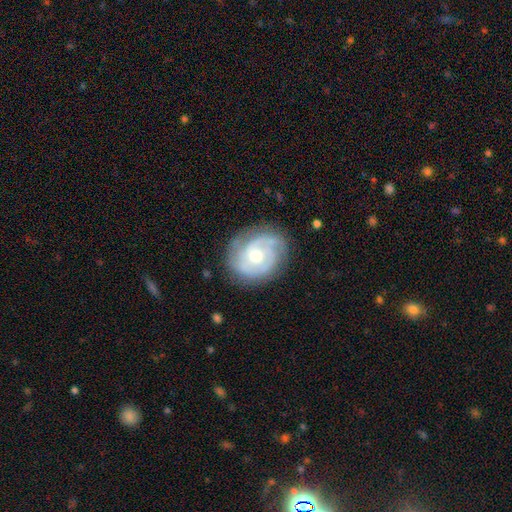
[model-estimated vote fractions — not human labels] A featured or disk galaxy (83%) with no bar (68%), 2 (36%) tight (57%) spiral arms (95%) and a moderate central bulge (61%).

Vote fractions:
- Smooth or featured? featured or disk: 83% / smooth: 12% / star or artifact: 5%
- Edge-on disk? no: 98% / yes: 2%
- Bar? no: 68% / weak: 28% / strong: 4%
- Spiral arms? yes: 95% / no: 5%
- Spiral winding? tight: 57% / medium: 35% / loose: 8%
- Spiral arm count? 2: 36% / 3: 29% / can't tell: 20% / 1: 6% / 4: 5% / more than 4: 4%
- Bulge size? moderate: 61% / small: 32% / large: 4% / none: 1% / dominant: 1%
- Merging? none: 76% / minor disturbance: 17% / major disturbance: 6% / merger: 1%